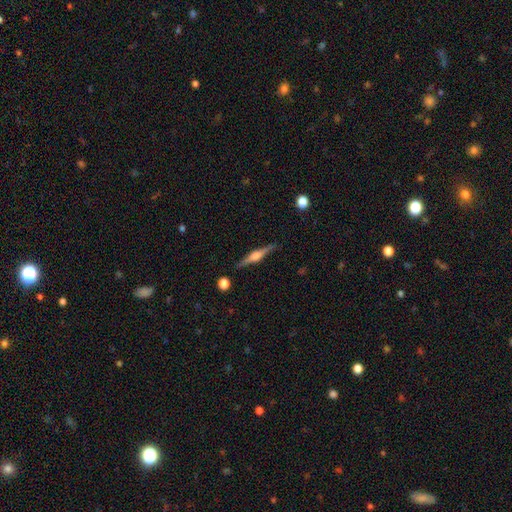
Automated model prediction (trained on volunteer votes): Overall: featured or disk (77%). Edge-on disk: yes (98%). Edge-on bulge: rounded (85%). Merging: none (88%).